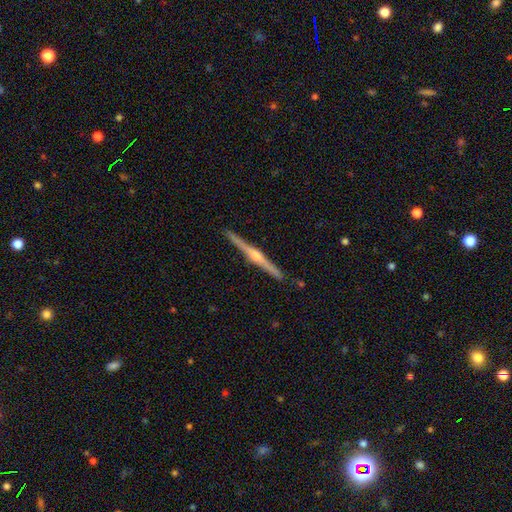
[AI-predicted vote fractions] Q: Smooth or featured?
A: featured or disk (86%); runner-up: smooth (10%)
Q: Edge-on disk?
A: yes (99%); runner-up: no (1%)
Q: Edge-on bulge?
A: rounded (91%); runner-up: none (5%)
Q: Merging?
A: none (92%); runner-up: minor disturbance (5%)